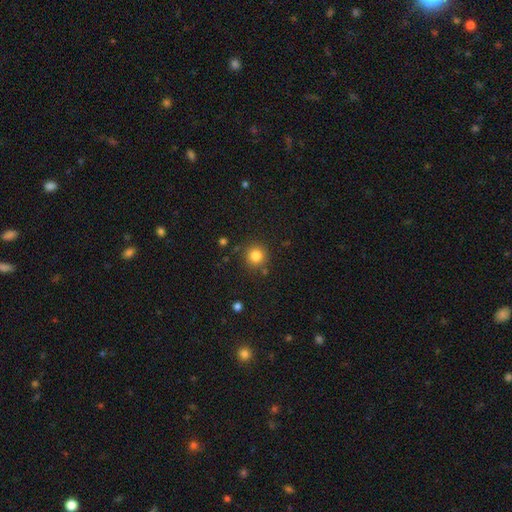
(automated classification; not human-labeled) Smooth or featured? Predicted: smooth (p=0.83). How rounded? Predicted: round (p=0.93). Merging? Predicted: none (p=0.85).